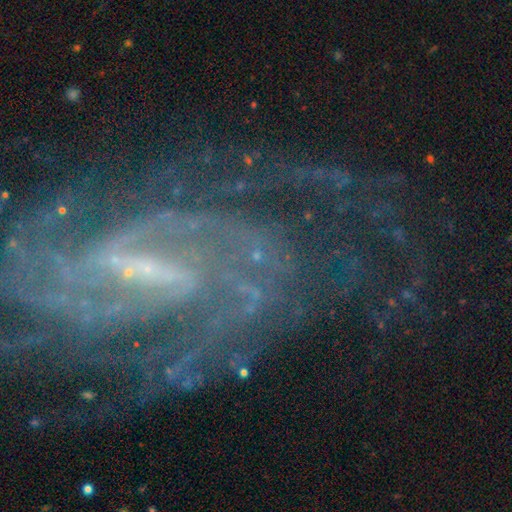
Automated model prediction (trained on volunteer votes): Q: Smooth or featured?
A: featured or disk (86%); runner-up: star or artifact (9%)
Q: Edge-on disk?
A: no (97%); runner-up: yes (3%)
Q: Bar?
A: strong (51%); runner-up: weak (34%)
Q: Spiral arms?
A: yes (96%); runner-up: no (4%)
Q: Spiral winding?
A: medium (46%); runner-up: tight (35%)
Q: Spiral arm count?
A: 2 (41%); runner-up: can't tell (18%)
Q: Bulge size?
A: small (72%); runner-up: none (14%)
Q: Merging?
A: none (59%); runner-up: major disturbance (21%)